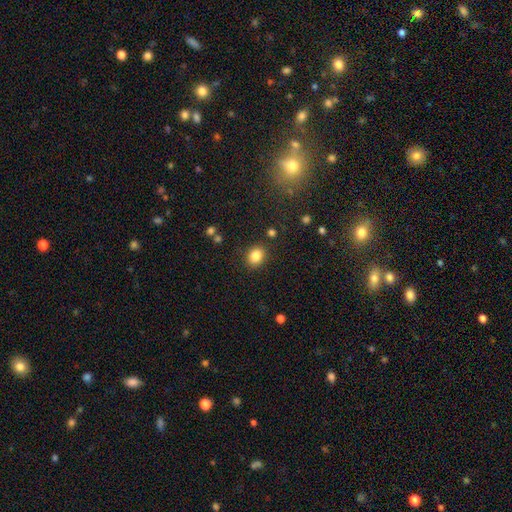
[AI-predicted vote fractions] Overall: smooth (85%). How rounded: round (52%; in between 47%). Merging: none (85%).